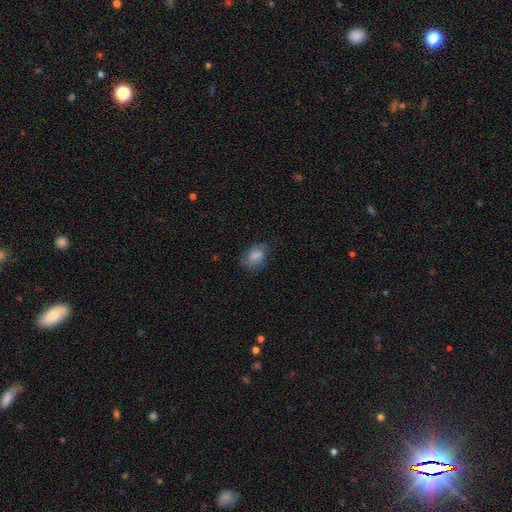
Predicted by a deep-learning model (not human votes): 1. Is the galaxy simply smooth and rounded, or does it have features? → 79% smooth, 12% featured or disk, 8% star or artifact.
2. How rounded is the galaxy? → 84% in between, 14% round, 2% cigar-shaped.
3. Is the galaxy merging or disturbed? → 66% none, 25% minor disturbance, 8% major disturbance, 1% merger.